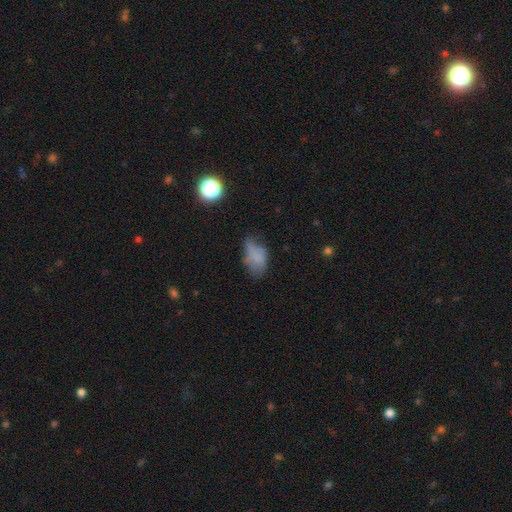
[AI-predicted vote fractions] The model was most divided on "merging": minor disturbance: 36%, none: 34%, major disturbance: 27%, merger: 4%. More confident: how rounded — in between (88%); smooth or featured — smooth (65%).